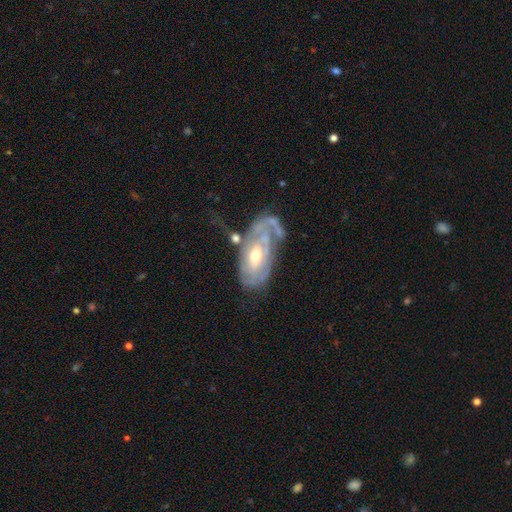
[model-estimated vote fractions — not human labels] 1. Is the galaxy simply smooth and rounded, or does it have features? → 80% featured or disk, 14% smooth, 6% star or artifact.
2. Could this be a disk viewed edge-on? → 93% no, 7% yes.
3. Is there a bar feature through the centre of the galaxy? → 58% no, 33% weak, 9% strong.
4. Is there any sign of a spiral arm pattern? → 84% yes, 16% no.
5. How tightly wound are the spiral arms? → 63% tight, 26% medium, 12% loose.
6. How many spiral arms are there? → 43% can't tell, 26% 2, 17% 1, 8% 3, 4% 4, 3% more than 4.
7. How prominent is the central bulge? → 66% moderate, 27% small, 5% large, 1% none, 1% dominant.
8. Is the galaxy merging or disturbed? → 39% none, 26% major disturbance, 24% minor disturbance, 12% merger.